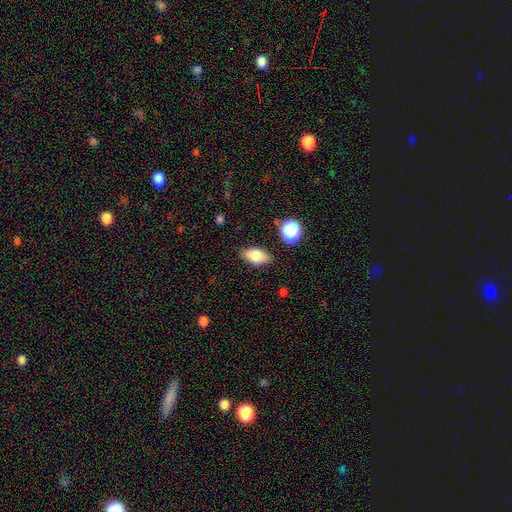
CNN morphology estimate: The model was most divided on "smooth or featured": smooth: 78%, featured or disk: 13%, star or artifact: 9%. More confident: how rounded — in between (87%); merging — none (83%).